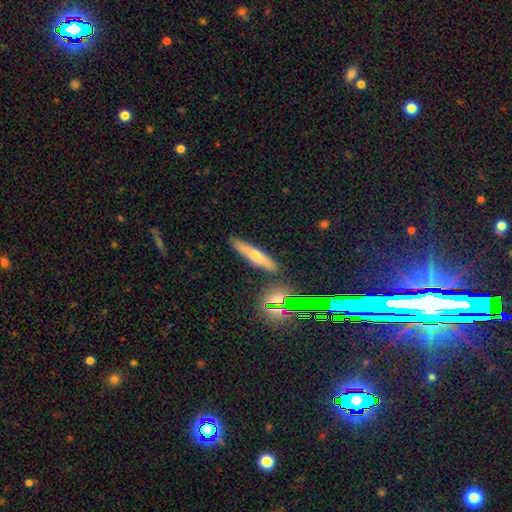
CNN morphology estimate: Smooth or featured? Predicted: smooth (p=0.57). How rounded? Predicted: cigar-shaped (p=0.83). Merging? Predicted: none (p=0.85).